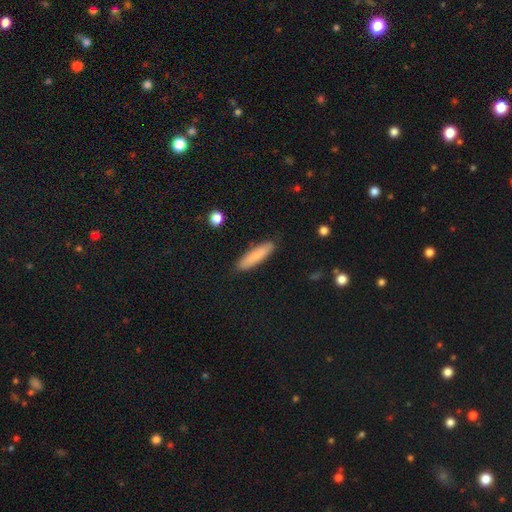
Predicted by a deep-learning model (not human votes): smooth-or-featured: smooth: 83% | featured or disk: 11% | star or artifact: 6%
  how-rounded: cigar-shaped: 73% | in between: 26% | round: 1%
  merging: none: 88% | minor disturbance: 9% | major disturbance: 2% | merger: 1%